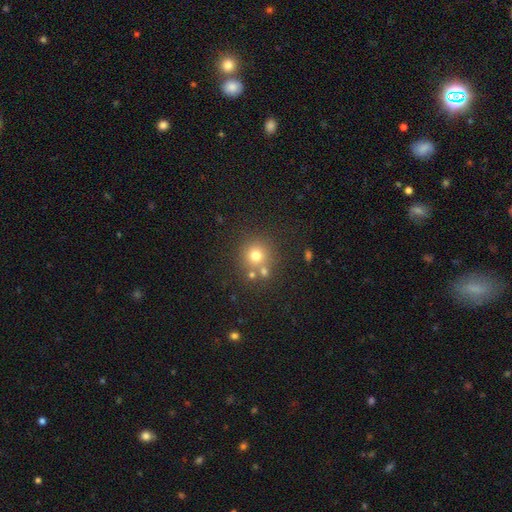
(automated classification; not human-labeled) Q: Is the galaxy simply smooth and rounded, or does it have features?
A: smooth — 72%.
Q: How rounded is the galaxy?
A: round — 92%.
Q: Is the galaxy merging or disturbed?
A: none — 71%.